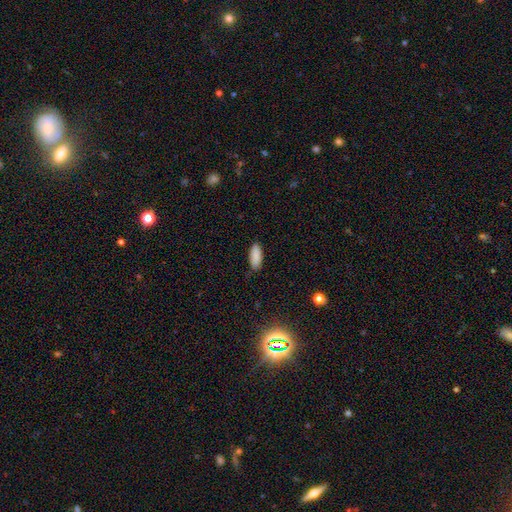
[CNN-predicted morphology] Smooth or featured? Predicted: smooth (p=0.89). How rounded? Predicted: in between (p=0.81). Merging? Predicted: none (p=0.83).